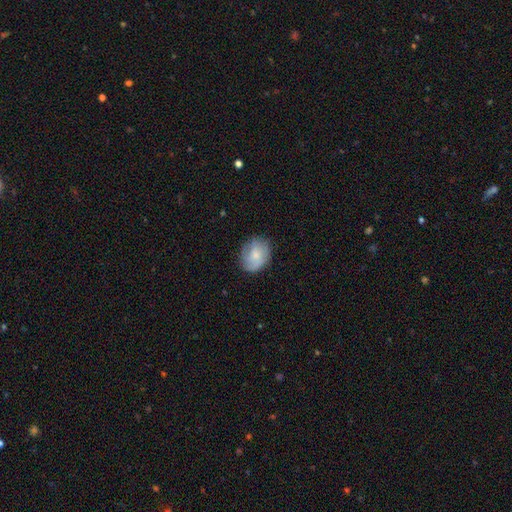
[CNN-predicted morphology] Smooth or featured? smooth (59%)
How rounded? round (51%)
Merging? none (74%)